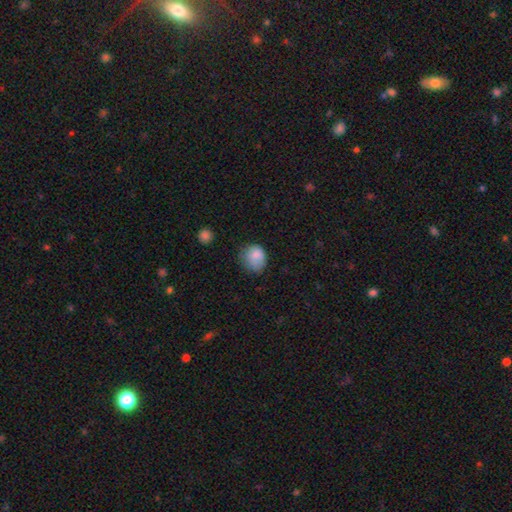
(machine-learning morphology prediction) Overall: smooth (83%). How rounded: round (67%; in between 32%). Merging: none (53%; minor disturbance 34%).